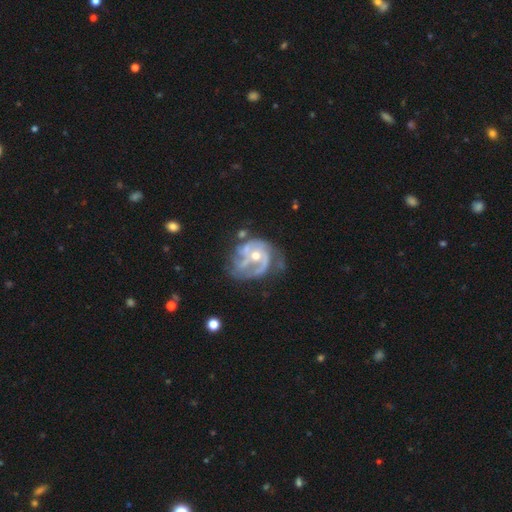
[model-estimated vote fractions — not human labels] Smooth or featured? Predicted: featured or disk (p=0.84). Edge-on disk? Predicted: no (p=0.98). Bar? Predicted: no (p=0.66). Spiral arms? Predicted: yes (p=0.88). Spiral winding? Predicted: medium (p=0.43). Spiral arm count? Predicted: 2 (p=0.36). Bulge size? Predicted: moderate (p=0.57). Merging? Predicted: none (p=0.41).